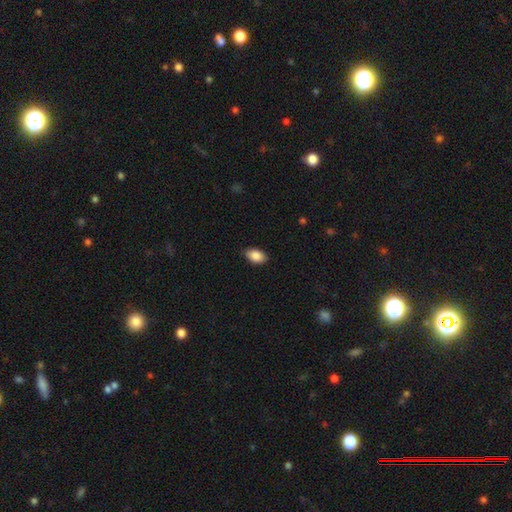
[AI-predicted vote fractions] smooth-or-featured: smooth: 87% | star or artifact: 7% | featured or disk: 6%
  how-rounded: in between: 91% | round: 8% | cigar-shaped: 2%
  merging: none: 85% | minor disturbance: 12% | major disturbance: 2% | merger: 1%